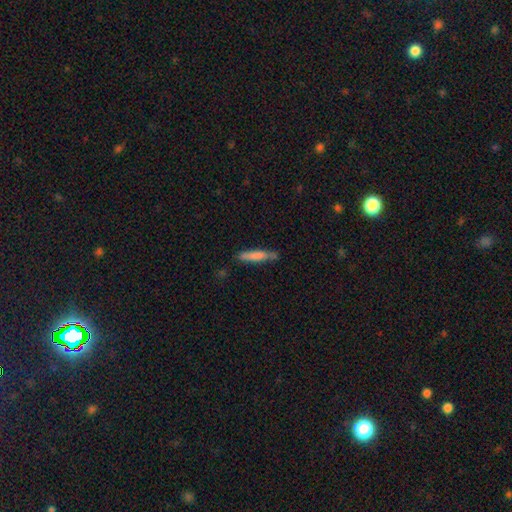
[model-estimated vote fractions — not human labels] Smooth or featured: smooth — 78% (featured or disk — 16%)
How rounded: cigar-shaped — 88% (in between — 10%)
Merging: none — 68% (minor disturbance — 23%)